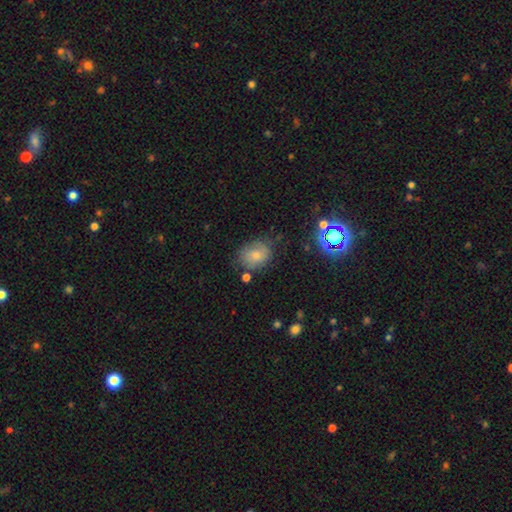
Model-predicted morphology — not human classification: Smooth or featured? Predicted: smooth (p=0.73). How rounded? Predicted: in between (p=0.59). Merging? Predicted: none (p=0.66).